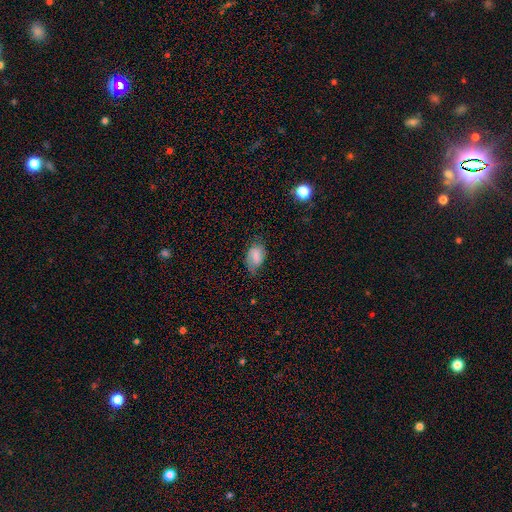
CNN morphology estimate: Smooth or featured?
  - smooth: 59% *
  - featured or disk: 31%
  - star or artifact: 9%
How rounded?
  - in between: 88% *
  - round: 10%
  - cigar-shaped: 2%
Merging?
  - none: 57% *
  - minor disturbance: 31%
  - major disturbance: 10%
  - merger: 2%